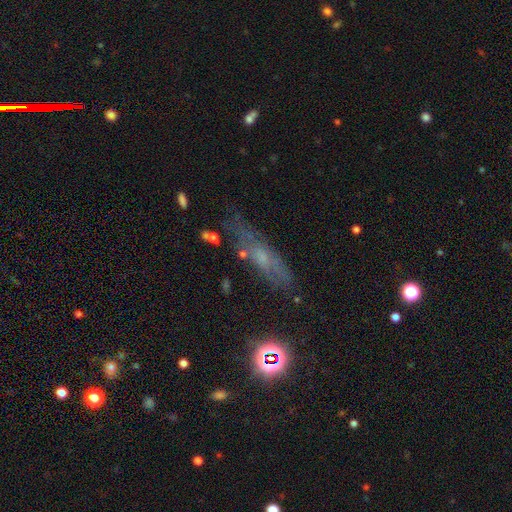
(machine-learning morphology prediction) A featured or disk galaxy (39%).

Vote fractions:
- Smooth or featured? featured or disk: 39% / smooth: 38% / star or artifact: 24%
- Merging? none: 64% / minor disturbance: 21% / major disturbance: 10% / merger: 5%